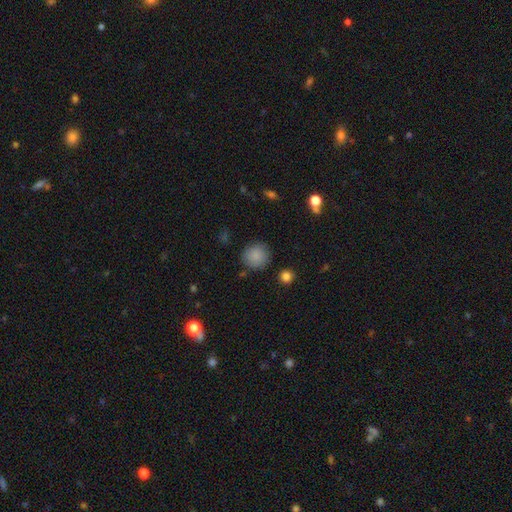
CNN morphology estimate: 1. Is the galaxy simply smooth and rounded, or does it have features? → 87% smooth, 9% star or artifact, 4% featured or disk.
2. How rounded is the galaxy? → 90% round, 9% in between, 1% cigar-shaped.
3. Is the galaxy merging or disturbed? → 86% none, 9% minor disturbance, 3% major disturbance, 2% merger.